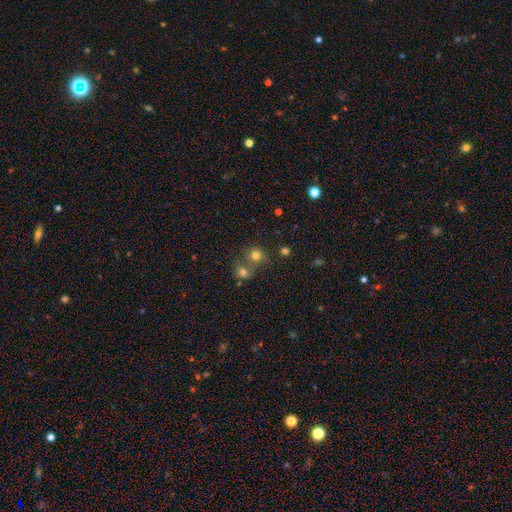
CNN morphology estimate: This is likely a smooth galaxy (73%). How rounded: clearly round (84%). Merging: possibly none (47%).